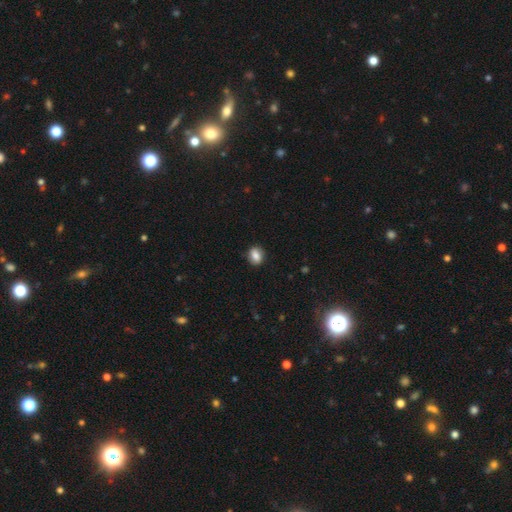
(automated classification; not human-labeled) A smooth galaxy with no disk features (78%) that is round (53%). Merging: none (86%).